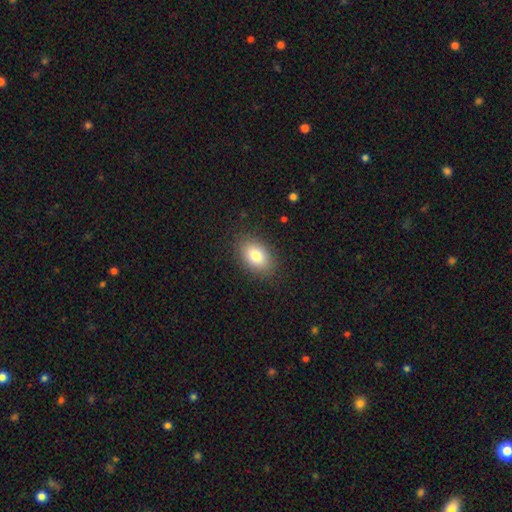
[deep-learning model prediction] This is clearly a smooth galaxy (80%). How rounded: clearly in between (85%). Merging: clearly none (87%).